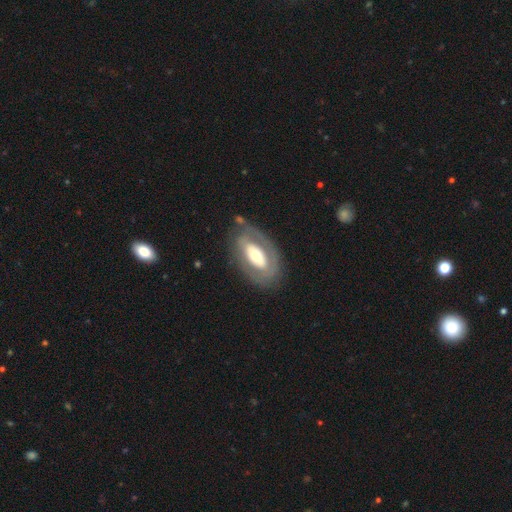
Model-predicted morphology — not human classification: A featured or disk galaxy (57%) with no bar (58%), no spiral arms (74%) and a moderate central bulge (52%).

Vote fractions:
- Smooth or featured? featured or disk: 57% / smooth: 37% / star or artifact: 6%
- Edge-on disk? no: 89% / yes: 11%
- Bar? no: 58% / strong: 22% / weak: 20%
- Spiral arms? no: 74% / yes: 26%
- Bulge size? moderate: 52% / large: 24% / small: 19% / dominant: 4% / none: 1%
- Merging? none: 72% / minor disturbance: 16% / major disturbance: 9% / merger: 3%